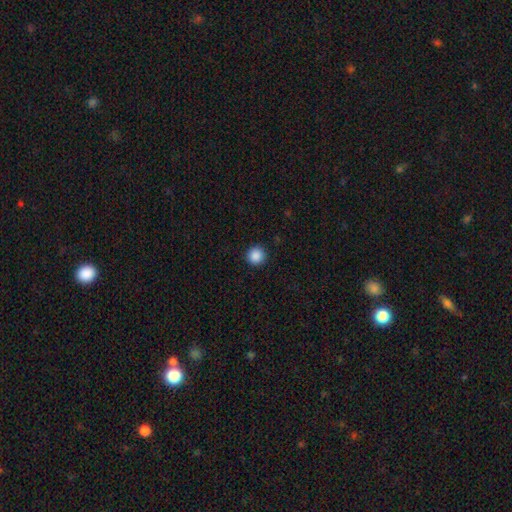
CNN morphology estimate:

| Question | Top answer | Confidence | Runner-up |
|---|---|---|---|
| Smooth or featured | smooth | 88% | star or artifact (10%) |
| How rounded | round | 96% | in between (3%) |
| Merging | none | 92% | minor disturbance (5%) |